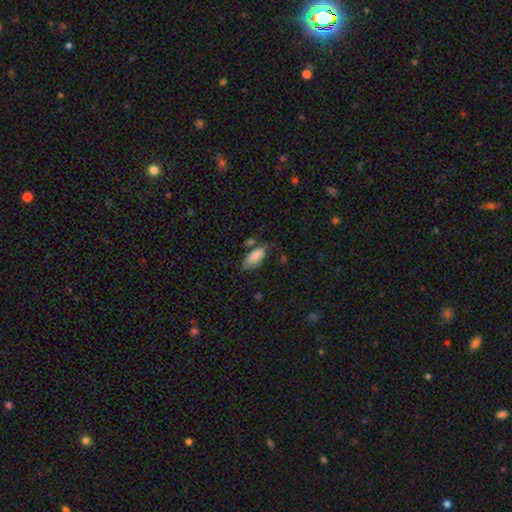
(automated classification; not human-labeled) smooth 81%, featured or disk 11%, star or artifact 7%. Down the decision tree: how rounded — in between (92%); merging — none (48%).